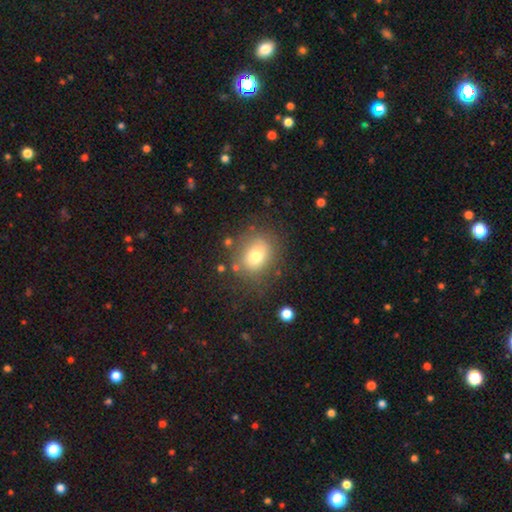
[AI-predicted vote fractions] A smooth galaxy with no disk features (74%) that is round (58%). Merging: none (75%).